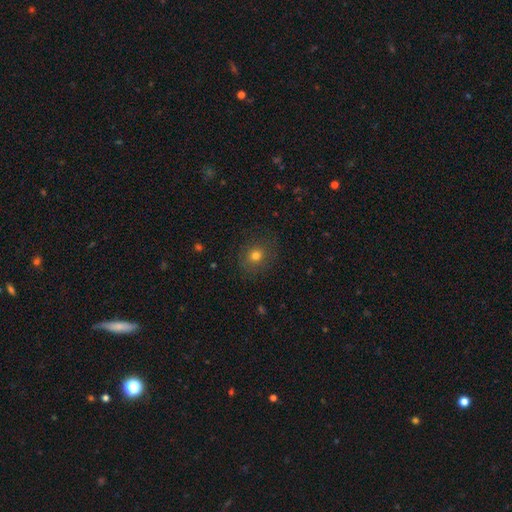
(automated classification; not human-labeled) Smooth or featured? Predicted: smooth (p=0.76). How rounded? Predicted: round (p=0.78). Merging? Predicted: none (p=0.83).